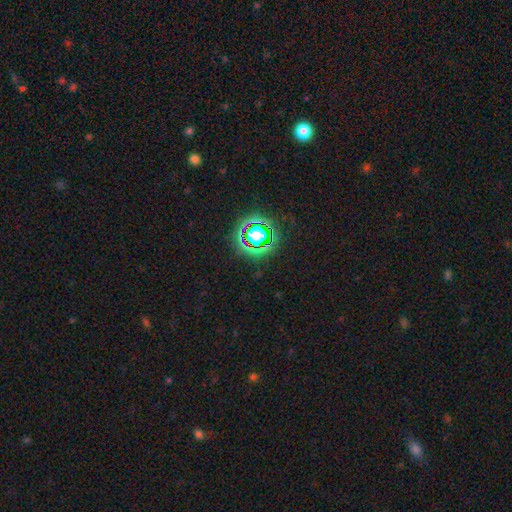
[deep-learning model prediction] smooth-or-featured: star or artifact: 77% | smooth: 15% | featured or disk: 8%